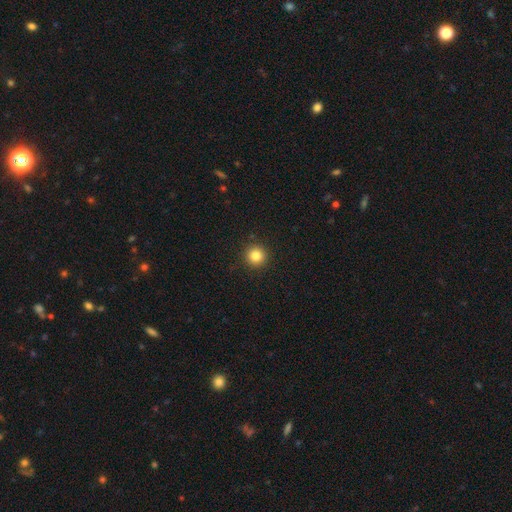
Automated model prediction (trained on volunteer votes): A smooth galaxy with no disk features (84%) that is round (95%).

Vote fractions:
- Smooth or featured? smooth: 84% / star or artifact: 11% / featured or disk: 5%
- How rounded? round: 95% / in between: 4% / cigar-shaped: 1%
- Merging? none: 92% / minor disturbance: 5% / major disturbance: 2% / merger: 1%